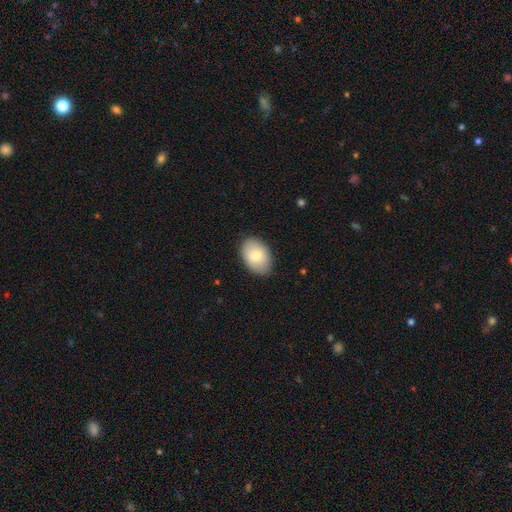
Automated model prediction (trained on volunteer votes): smooth_or_featured: smooth (p=0.80) [alt: featured or disk p=0.13]
how_rounded: in between (p=0.87) [alt: round p=0.12]
merging: none (p=0.87) [alt: minor disturbance p=0.10]